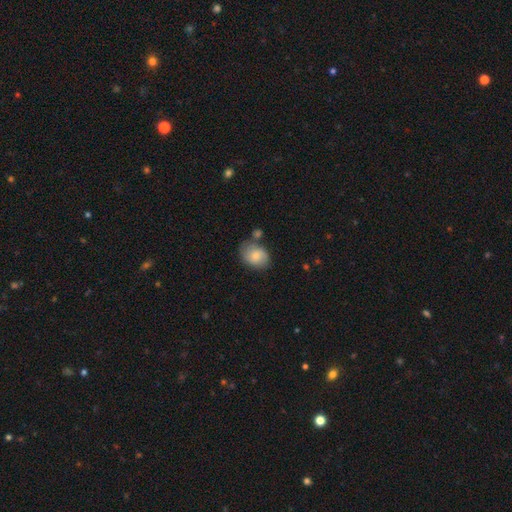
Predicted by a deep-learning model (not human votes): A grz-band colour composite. It shows a smooth galaxy with no disk features (74%) that is in between round and cigar-shaped (63%). Merging: none (56%).